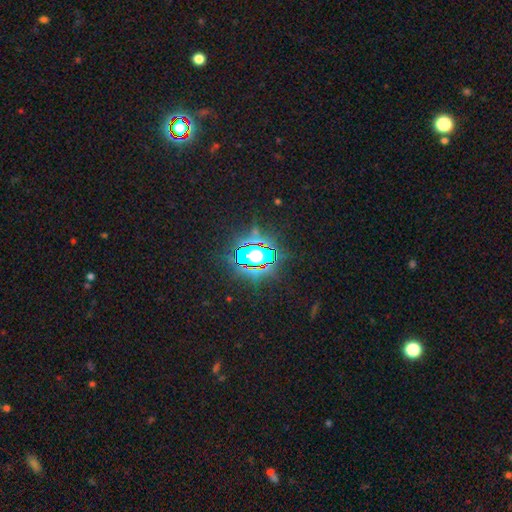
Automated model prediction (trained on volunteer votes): Smooth or featured? star or artifact (84%)